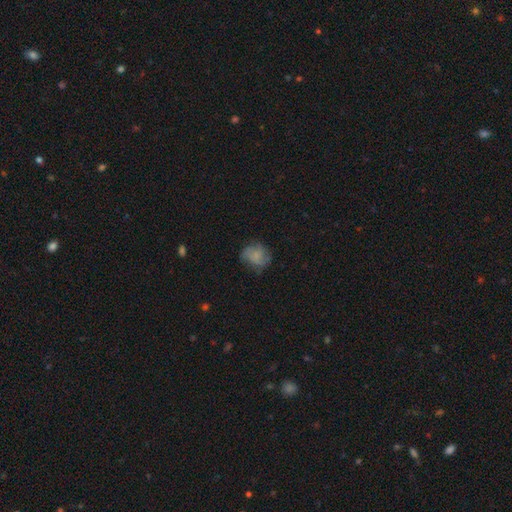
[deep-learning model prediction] A smooth galaxy with no disk features (54%) that is round (66%).

Vote fractions:
- Smooth or featured? smooth: 54% / featured or disk: 37% / star or artifact: 10%
- How rounded? round: 66% / in between: 33% / cigar-shaped: 1%
- Merging? none: 61% / minor disturbance: 25% / major disturbance: 12% / merger: 1%